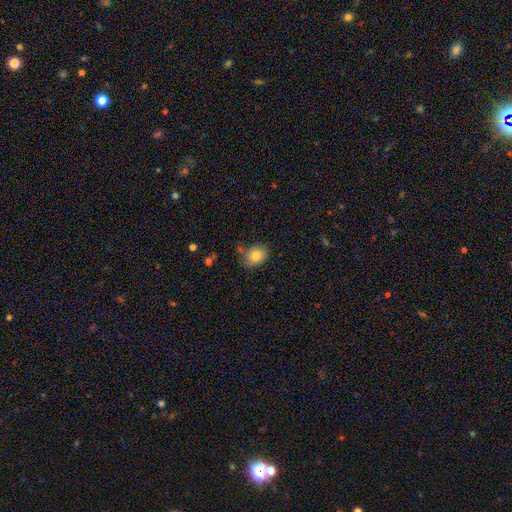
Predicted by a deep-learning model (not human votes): A smooth galaxy with no disk features (82%) that is in between round and cigar-shaped (64%).

Vote fractions:
- Smooth or featured? smooth: 82% / featured or disk: 9% / star or artifact: 9%
- How rounded? in between: 64% / round: 35% / cigar-shaped: 1%
- Merging? none: 76% / minor disturbance: 17% / merger: 4% / major disturbance: 4%